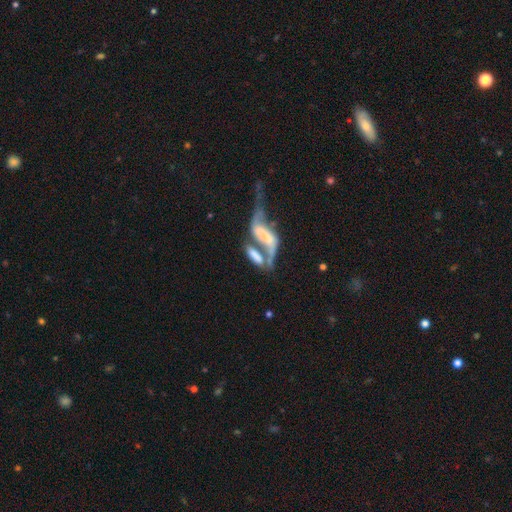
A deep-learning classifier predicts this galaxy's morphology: The model was most divided on "smooth or featured": featured or disk: 47%, smooth: 44%, star or artifact: 9%. More confident: merging — merger (67%).